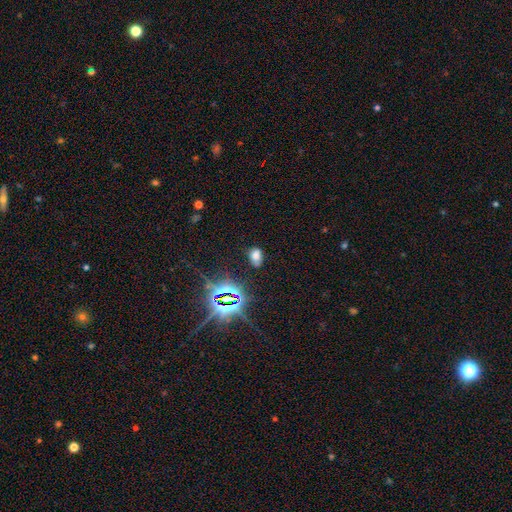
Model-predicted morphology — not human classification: smooth-or-featured: smooth: 60% | star or artifact: 30% | featured or disk: 10%
  how-rounded: in between: 83% | round: 16% | cigar-shaped: 2%
  merging: none: 70% | minor disturbance: 20% | major disturbance: 6% | merger: 4%